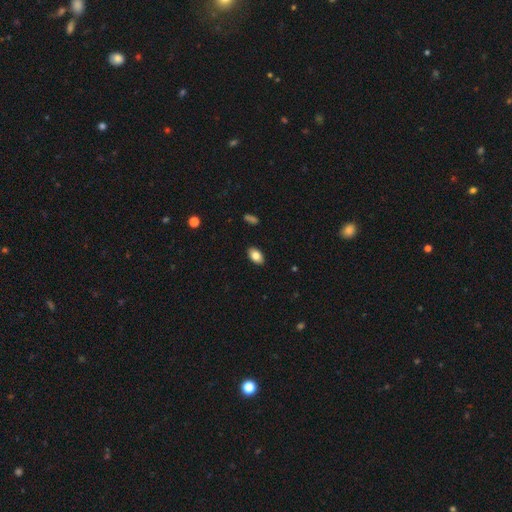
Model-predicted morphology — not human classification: Smooth or featured? smooth (83%)
How rounded? in between (92%)
Merging? none (89%)